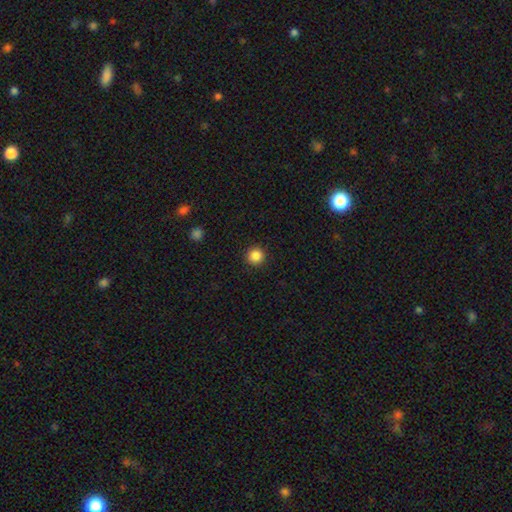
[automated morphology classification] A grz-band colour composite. It shows a smooth galaxy with no disk features (86%) that is round (96%). Merging: none (93%).